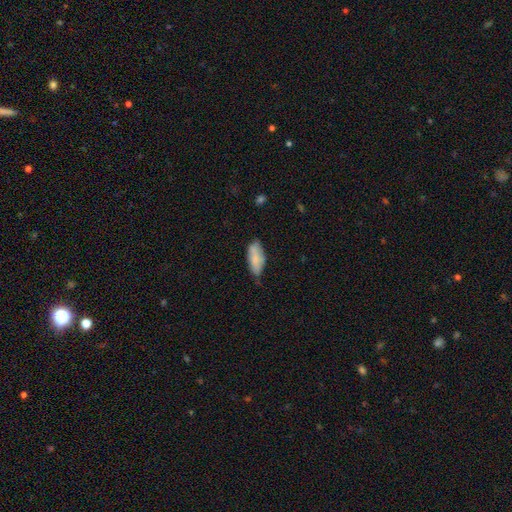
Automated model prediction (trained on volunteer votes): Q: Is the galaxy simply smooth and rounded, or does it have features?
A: smooth — 80%.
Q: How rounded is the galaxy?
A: in between — 81%.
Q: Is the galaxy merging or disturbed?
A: none — 62%.